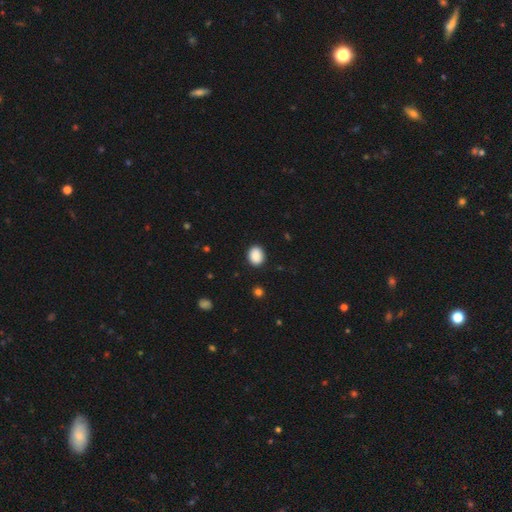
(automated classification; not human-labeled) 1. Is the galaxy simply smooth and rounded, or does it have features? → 89% smooth, 8% star or artifact, 3% featured or disk.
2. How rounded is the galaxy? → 53% in between, 46% round, 1% cigar-shaped.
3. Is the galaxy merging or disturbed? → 89% none, 8% minor disturbance, 2% major disturbance, 1% merger.